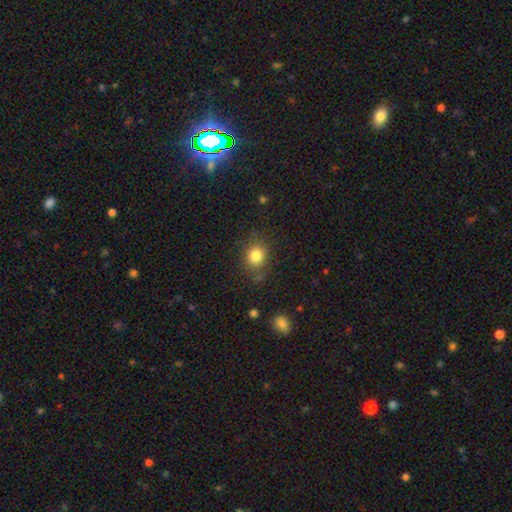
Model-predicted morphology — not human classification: Smooth or featured?
  - smooth: 83% *
  - star or artifact: 11%
  - featured or disk: 6%
How rounded?
  - round: 66% *
  - in between: 33%
  - cigar-shaped: 1%
Merging?
  - none: 78% *
  - minor disturbance: 14%
  - major disturbance: 5%
  - merger: 3%